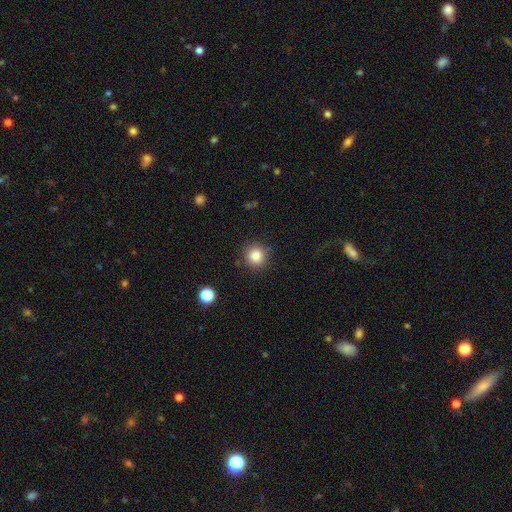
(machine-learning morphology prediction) Smooth or featured? smooth (84%)
How rounded? round (92%)
Merging? none (86%)